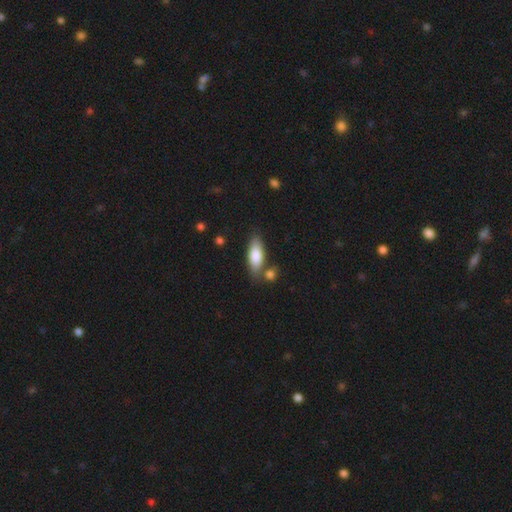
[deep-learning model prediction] Smooth or featured? smooth (82%)
How rounded? in between (75%)
Merging? none (69%)